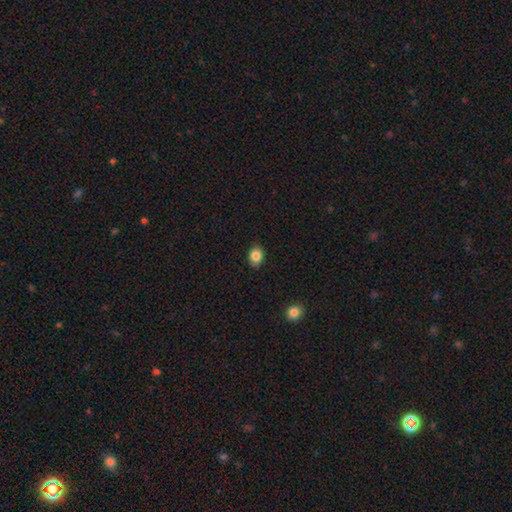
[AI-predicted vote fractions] Smooth or featured: smooth — 86% (star or artifact — 9%)
How rounded: in between — 66% (round — 33%)
Merging: none — 88% (minor disturbance — 9%)